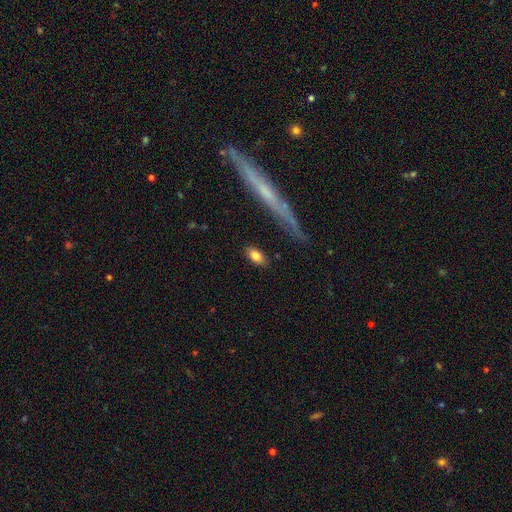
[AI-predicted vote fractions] A smooth galaxy with no disk features (81%) that is in between round and cigar-shaped (88%).

Vote fractions:
- Smooth or featured? smooth: 81% / featured or disk: 12% / star or artifact: 7%
- How rounded? in between: 88% / cigar-shaped: 6% / round: 6%
- Merging? none: 85% / minor disturbance: 10% / major disturbance: 3% / merger: 2%